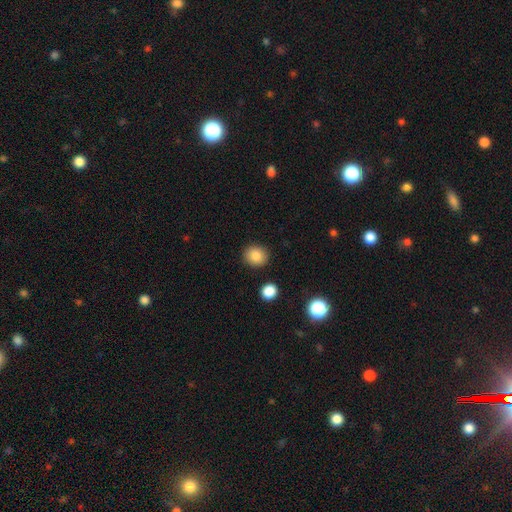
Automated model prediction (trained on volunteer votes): Morphology: type=smooth (86%); roundness=round (82%); merging=none (89%).